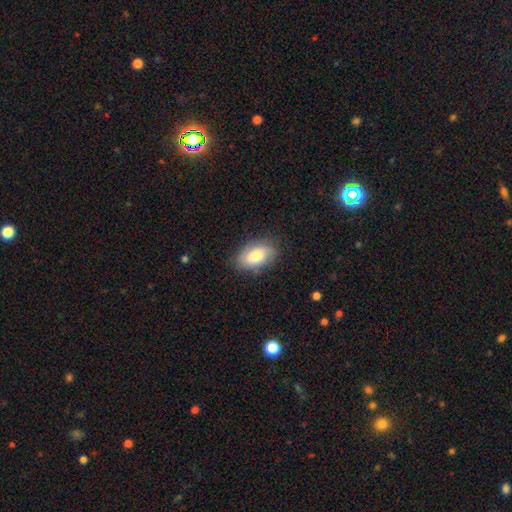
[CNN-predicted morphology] type=smooth (78%); roundness=in between (92%); merging=none (81%).